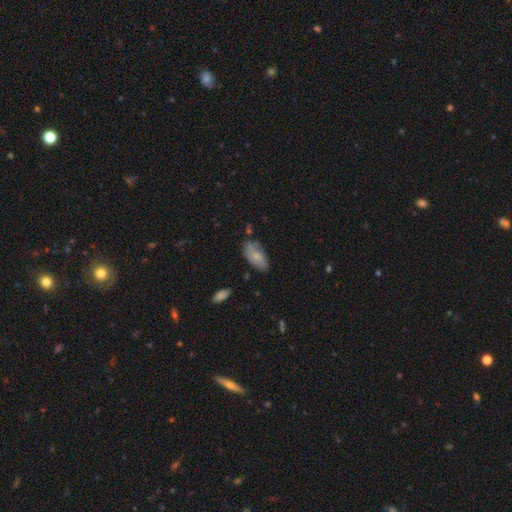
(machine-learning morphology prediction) Smooth or featured? smooth (74%)
How rounded? in between (91%)
Merging? none (64%)